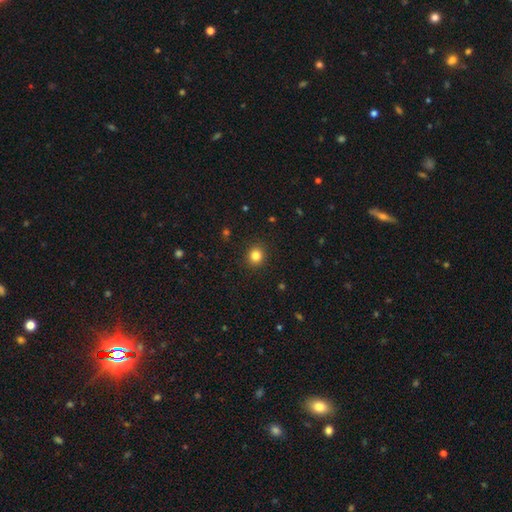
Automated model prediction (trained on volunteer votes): Morphology: type=smooth (83%); roundness=round (87%); merging=none (91%).